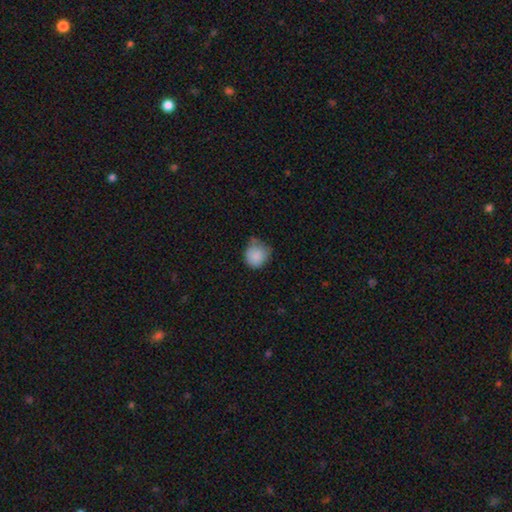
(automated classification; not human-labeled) The model was most divided on "merging": none: 48%, minor disturbance: 40%, major disturbance: 8%, merger: 4%. More confident: smooth or featured — smooth (86%); how rounded — round (84%).